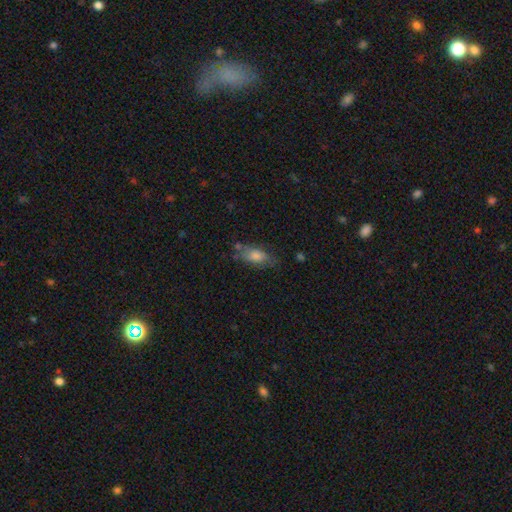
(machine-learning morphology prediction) smooth 69%, featured or disk 21%, star or artifact 10%. Down the decision tree: how rounded — in between (81%); merging — none (62%).